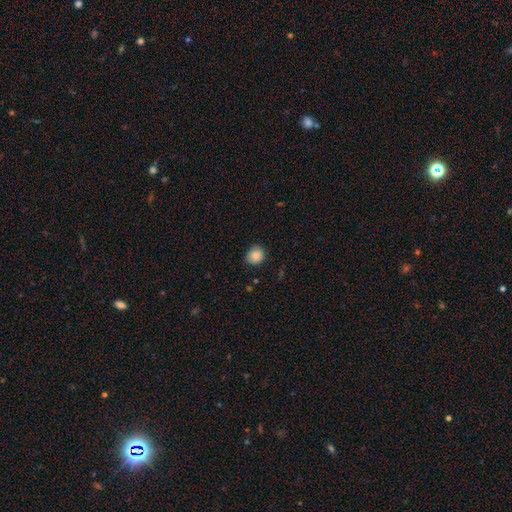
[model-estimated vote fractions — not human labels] Q: Smooth or featured?
A: smooth (86%); runner-up: star or artifact (9%)
Q: How rounded?
A: round (79%); runner-up: in between (20%)
Q: Merging?
A: none (80%); runner-up: minor disturbance (16%)